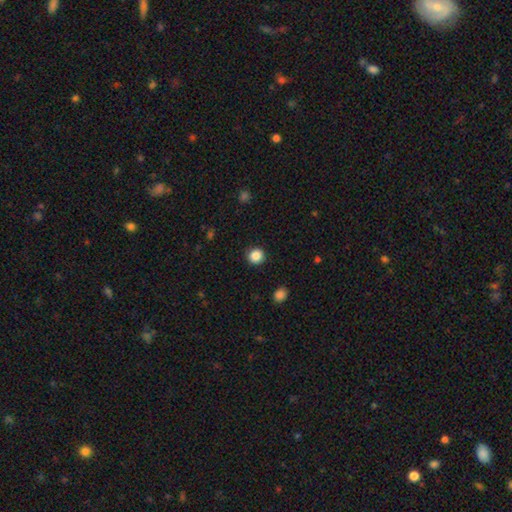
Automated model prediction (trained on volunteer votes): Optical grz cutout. It shows a smooth galaxy with no disk features (87%) that is round (93%). Merging: none (92%).